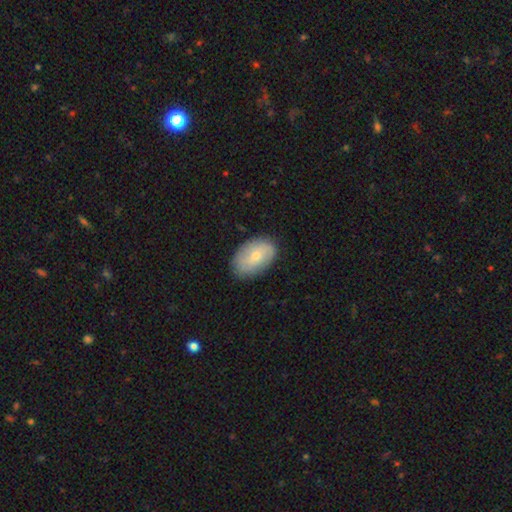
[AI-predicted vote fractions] The model was most divided on "smooth or featured": smooth: 60%, featured or disk: 34%, star or artifact: 6%. More confident: how rounded — in between (90%); merging — none (82%).